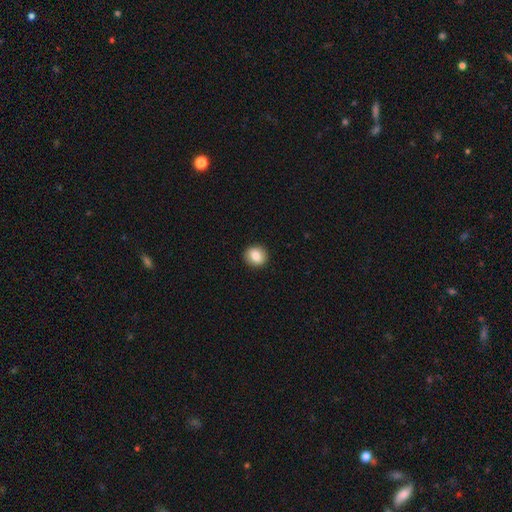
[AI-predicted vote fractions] smooth 83%, featured or disk 8%, star or artifact 8%. Down the decision tree: how rounded — round (83%); merging — none (91%).